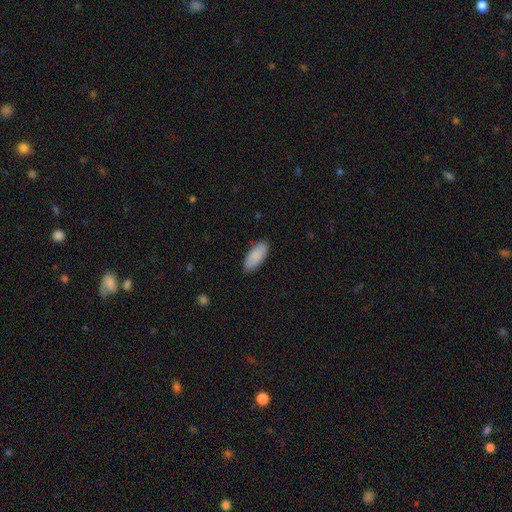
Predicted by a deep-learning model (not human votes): Morphology: type=smooth (89%); roundness=in between (83%); merging=none (88%).